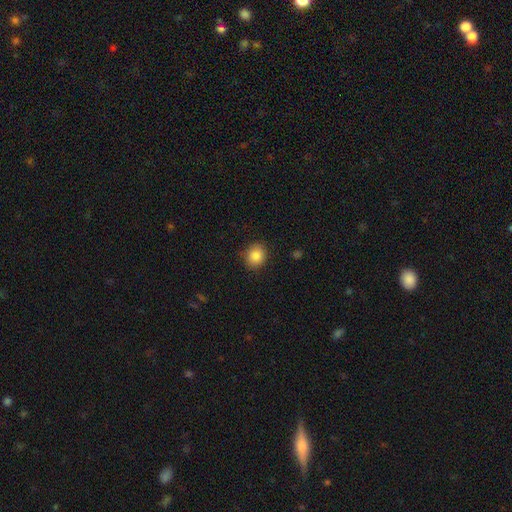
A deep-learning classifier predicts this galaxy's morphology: A smooth galaxy with no disk features (87%) that is round (74%). Merging: none (87%).